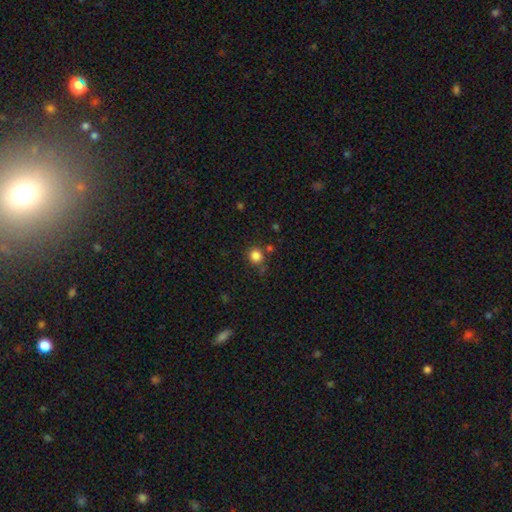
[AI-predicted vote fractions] Q: Smooth or featured?
A: smooth (84%); runner-up: star or artifact (12%)
Q: How rounded?
A: round (88%); runner-up: in between (11%)
Q: Merging?
A: none (76%); runner-up: minor disturbance (13%)